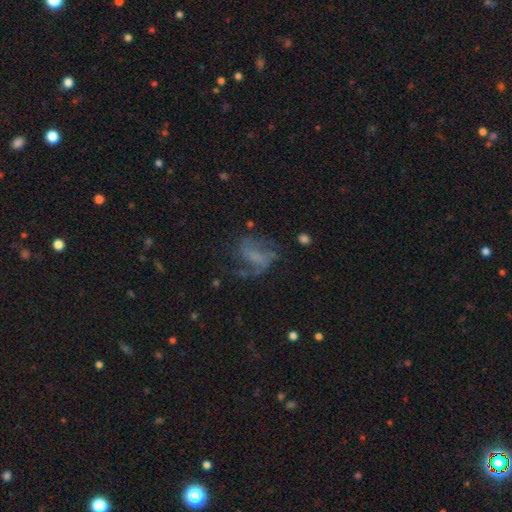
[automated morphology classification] smooth-or-featured: featured or disk: 64% | smooth: 22% | star or artifact: 14%
  disk-edge-on: no: 97% | yes: 3%
    bar: no: 41% | weak: 39% | strong: 20%
    has-spiral-arms: yes: 81% | no: 19%
    bulge-size: none: 58% | small: 22% | moderate: 13% | large: 5% | dominant: 2%
  merging: none: 50% | major disturbance: 27% | minor disturbance: 20% | merger: 3%